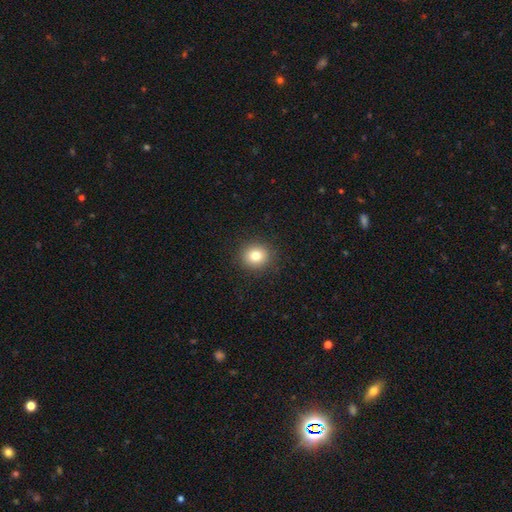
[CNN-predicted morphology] Smooth or featured?
  - smooth: 81% *
  - star or artifact: 11%
  - featured or disk: 8%
How rounded?
  - round: 85% *
  - in between: 14%
  - cigar-shaped: 1%
Merging?
  - none: 91% *
  - minor disturbance: 6%
  - major disturbance: 2%
  - merger: 1%